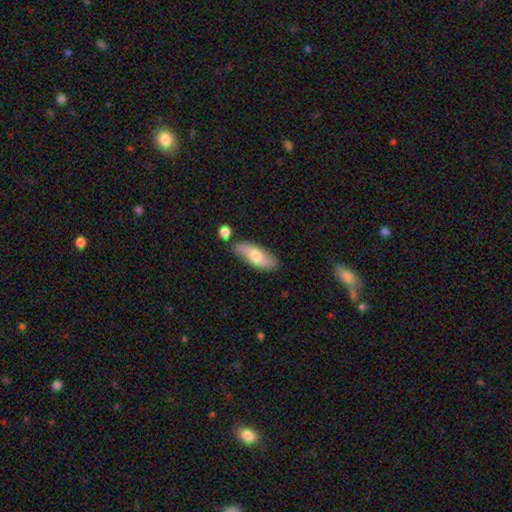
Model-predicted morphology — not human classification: Q: Smooth or featured?
A: smooth (52%); runner-up: featured or disk (42%)
Q: How rounded?
A: in between (74%); runner-up: cigar-shaped (23%)
Q: Merging?
A: none (72%); runner-up: minor disturbance (16%)